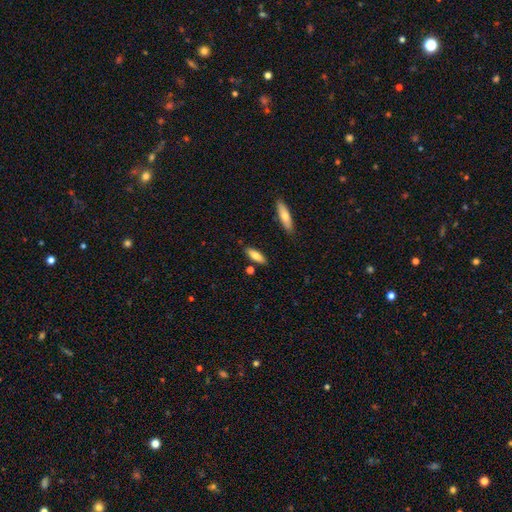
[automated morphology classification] smooth_or_featured: smooth (p=0.76) [alt: featured or disk p=0.17]
how_rounded: in between (p=0.51) [alt: cigar-shaped p=0.47]
merging: none (p=0.82) [alt: minor disturbance p=0.11]